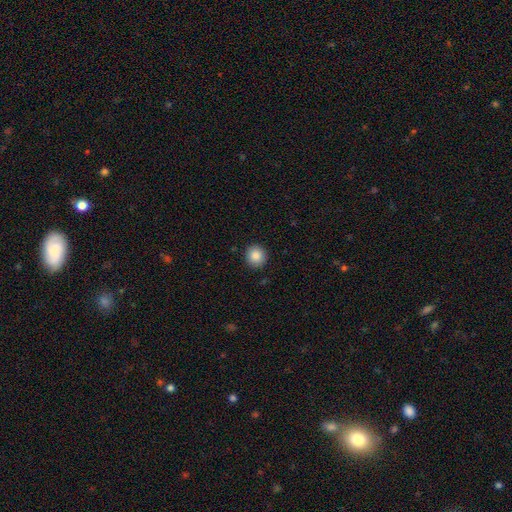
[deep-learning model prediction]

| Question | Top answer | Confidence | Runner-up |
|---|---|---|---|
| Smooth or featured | smooth | 87% | star or artifact (9%) |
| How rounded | round | 90% | in between (9%) |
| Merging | none | 91% | minor disturbance (6%) |